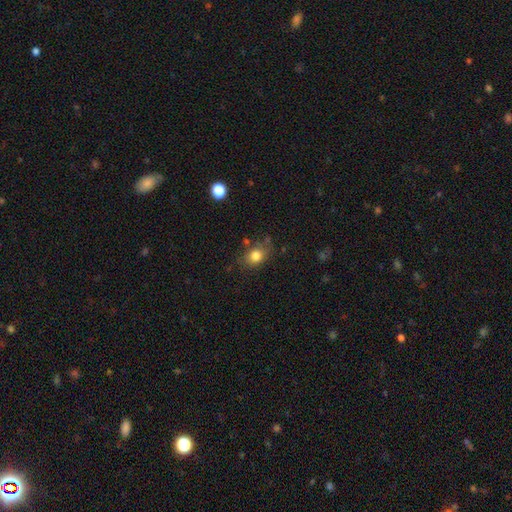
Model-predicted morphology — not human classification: smooth_or_featured: smooth (p=0.81) [alt: star or artifact p=0.10]
how_rounded: in between (p=0.58) [alt: round p=0.41]
merging: none (p=0.69) [alt: minor disturbance p=0.20]